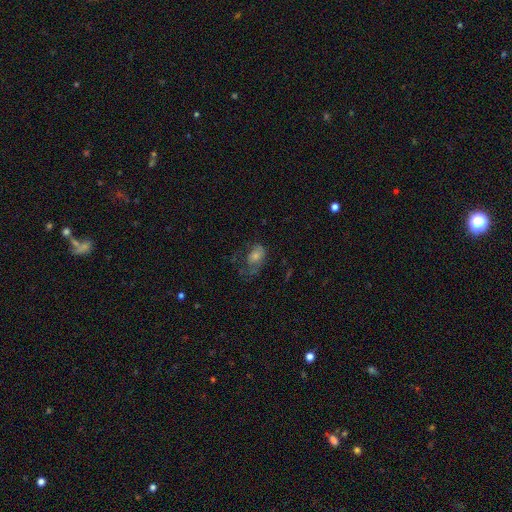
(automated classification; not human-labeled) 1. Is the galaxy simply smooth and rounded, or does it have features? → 62% smooth, 28% featured or disk, 10% star or artifact.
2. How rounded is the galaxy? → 85% in between, 14% round, 2% cigar-shaped.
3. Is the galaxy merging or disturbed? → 43% major disturbance, 30% none, 24% minor disturbance, 3% merger.